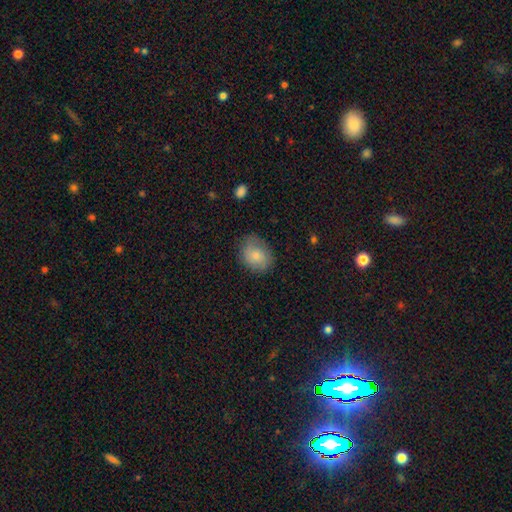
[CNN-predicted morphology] Smooth or featured: smooth — 76% (featured or disk — 16%)
How rounded: in between — 55% (round — 44%)
Merging: none — 72% (minor disturbance — 21%)